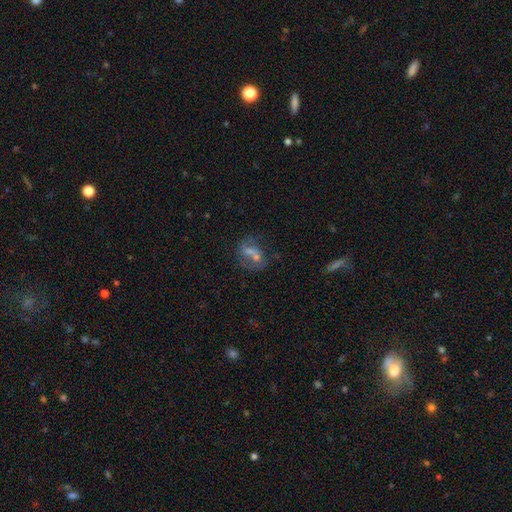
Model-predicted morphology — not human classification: A featured or disk galaxy (48%).

Vote fractions:
- Smooth or featured? featured or disk: 48% / smooth: 30% / star or artifact: 22%
- Merging? none: 51% / merger: 21% / minor disturbance: 16% / major disturbance: 12%